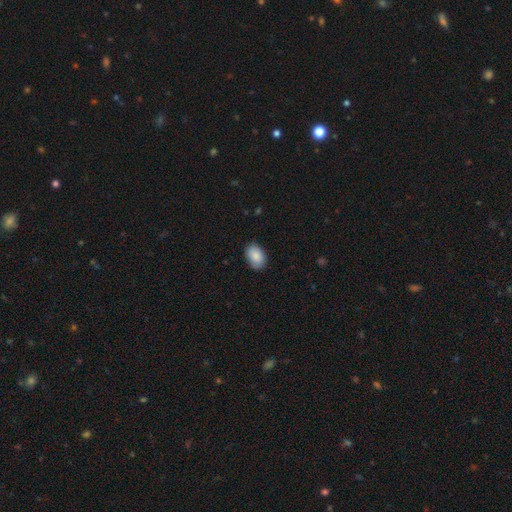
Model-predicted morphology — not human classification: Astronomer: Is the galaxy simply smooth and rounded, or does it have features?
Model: smooth — 88%.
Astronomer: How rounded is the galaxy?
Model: in between — 87%.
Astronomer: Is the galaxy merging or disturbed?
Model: none — 84%.